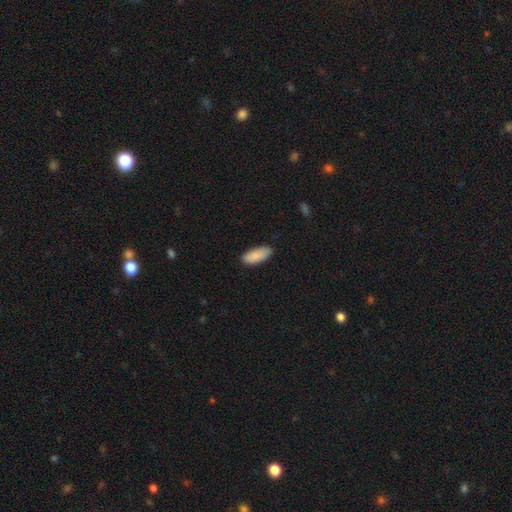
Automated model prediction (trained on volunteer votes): smooth 89%, star or artifact 6%, featured or disk 5%. Down the decision tree: how rounded — in between (84%); merging — none (82%).